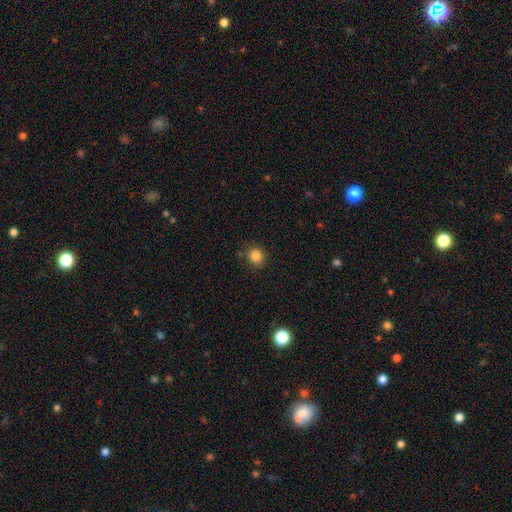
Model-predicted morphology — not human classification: Q: Smooth or featured?
A: smooth (84%); runner-up: star or artifact (11%)
Q: How rounded?
A: round (84%); runner-up: in between (15%)
Q: Merging?
A: none (84%); runner-up: minor disturbance (10%)